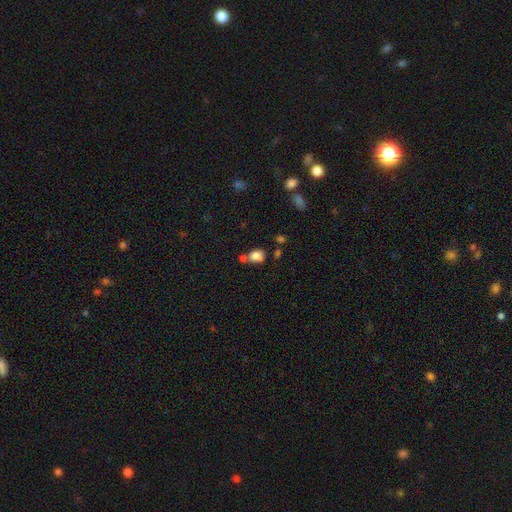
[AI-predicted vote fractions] smooth-or-featured: smooth: 81% | star or artifact: 11% | featured or disk: 8%
  how-rounded: in between: 59% | round: 40% | cigar-shaped: 1%
  merging: none: 52% | merger: 26% | minor disturbance: 16% | major disturbance: 5%